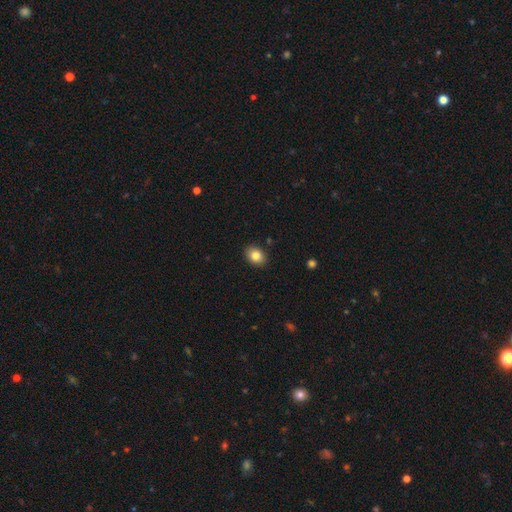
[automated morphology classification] Overall: smooth (83%). How rounded: in between (59%; round 40%). Merging: none (90%).